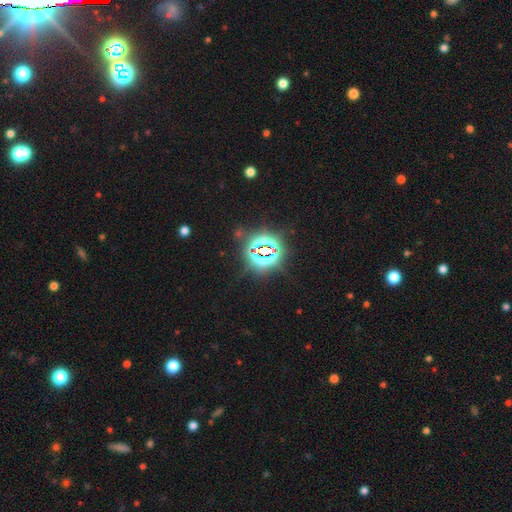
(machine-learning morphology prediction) star or artifact 83%, smooth 11%, featured or disk 7%.